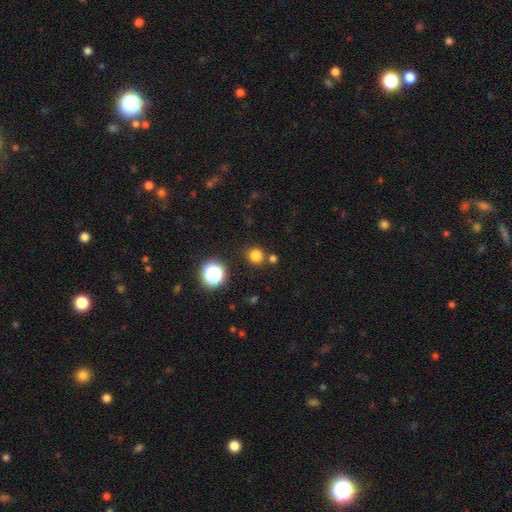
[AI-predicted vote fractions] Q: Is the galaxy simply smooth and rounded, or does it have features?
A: smooth — 78%.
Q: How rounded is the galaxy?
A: round — 89%.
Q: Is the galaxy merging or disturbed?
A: none — 79%.